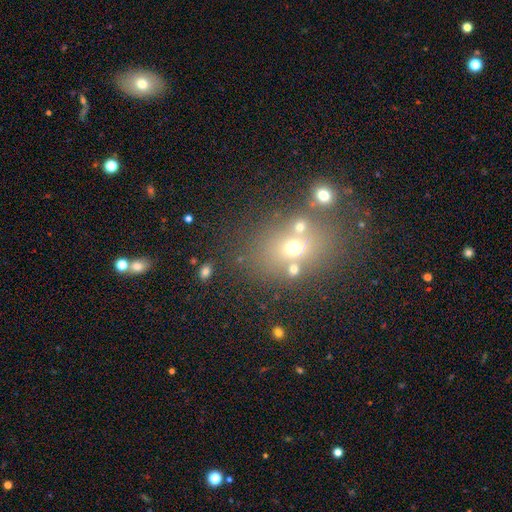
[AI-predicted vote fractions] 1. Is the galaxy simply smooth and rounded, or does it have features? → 47% smooth, 32% star or artifact, 21% featured or disk.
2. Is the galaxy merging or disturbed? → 55% none, 28% merger, 11% minor disturbance, 6% major disturbance.